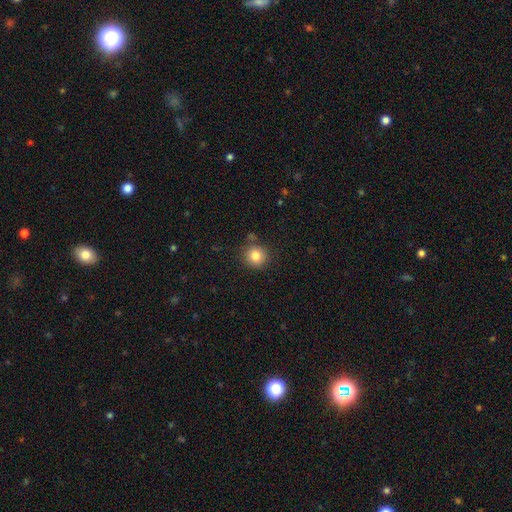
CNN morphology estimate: smooth 82%, star or artifact 11%, featured or disk 7%. Down the decision tree: how rounded — round (92%); merging — none (84%).